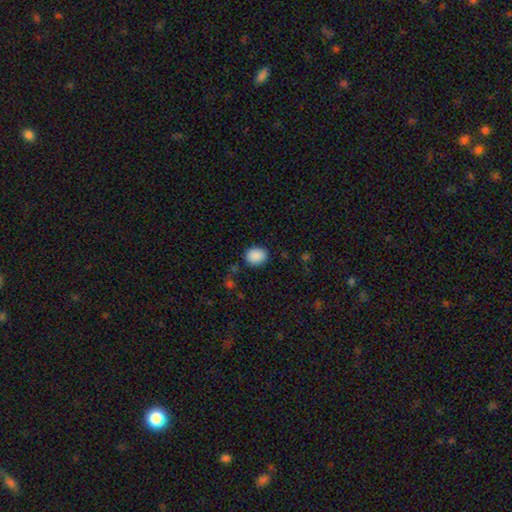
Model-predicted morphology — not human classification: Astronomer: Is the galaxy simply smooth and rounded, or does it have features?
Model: smooth — 89%.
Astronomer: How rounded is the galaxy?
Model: round — 53% (runner-up: in between, 46%).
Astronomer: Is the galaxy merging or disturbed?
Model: none — 84%.